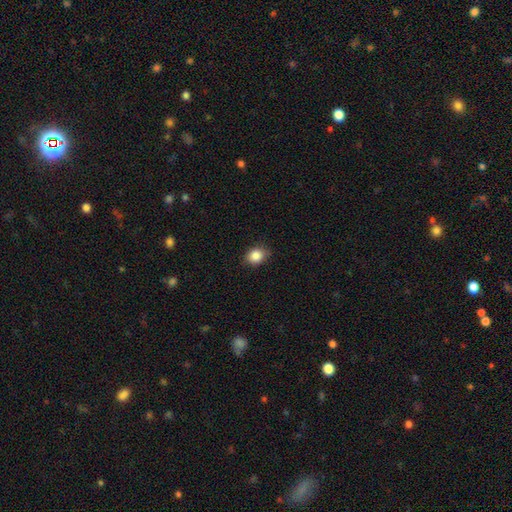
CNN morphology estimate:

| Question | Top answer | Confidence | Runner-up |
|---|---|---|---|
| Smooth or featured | smooth | 85% | star or artifact (9%) |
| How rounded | in between | 50% | round (49%) |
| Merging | none | 81% | minor disturbance (15%) |